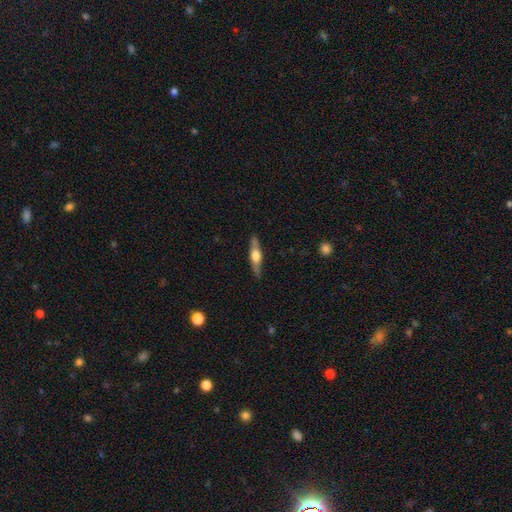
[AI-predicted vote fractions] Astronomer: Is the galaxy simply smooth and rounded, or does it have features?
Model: featured or disk — 63%.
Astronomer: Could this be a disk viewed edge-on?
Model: yes — 95%.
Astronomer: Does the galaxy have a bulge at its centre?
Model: rounded — 90%.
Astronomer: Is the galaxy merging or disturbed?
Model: none — 87%.